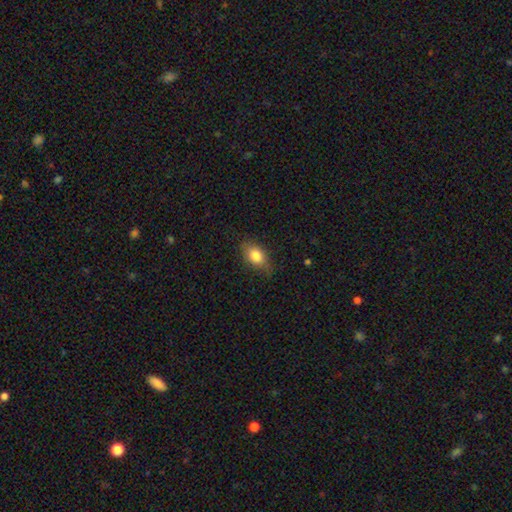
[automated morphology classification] Smooth or featured? Predicted: smooth (p=0.80). How rounded? Predicted: in between (p=0.83). Merging? Predicted: none (p=0.73).